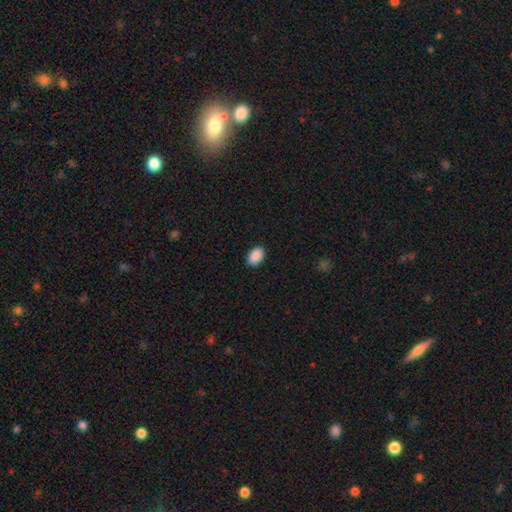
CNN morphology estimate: smooth 90%, star or artifact 7%, featured or disk 3%. Down the decision tree: how rounded — in between (90%); merging — none (90%).